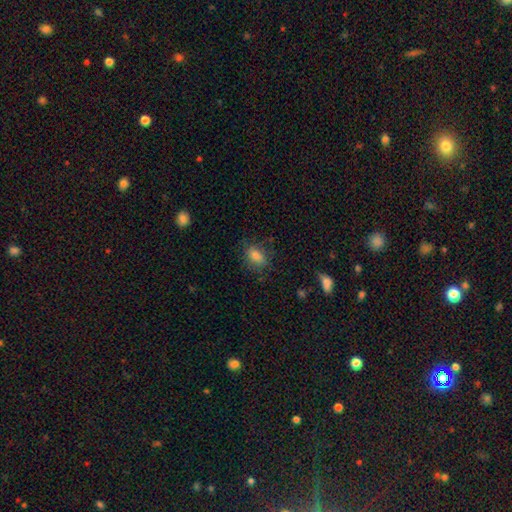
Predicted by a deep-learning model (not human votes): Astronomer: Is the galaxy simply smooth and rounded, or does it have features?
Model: smooth — 82%.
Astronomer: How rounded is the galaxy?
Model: in between — 79%.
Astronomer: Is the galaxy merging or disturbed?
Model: none — 77%.